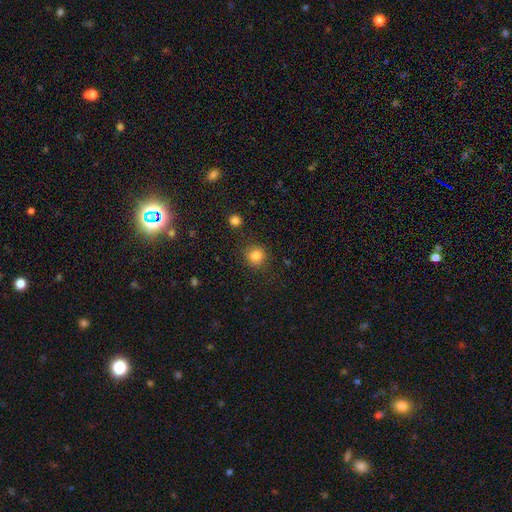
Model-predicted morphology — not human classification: type=smooth (84%); roundness=round (90%); merging=none (85%).